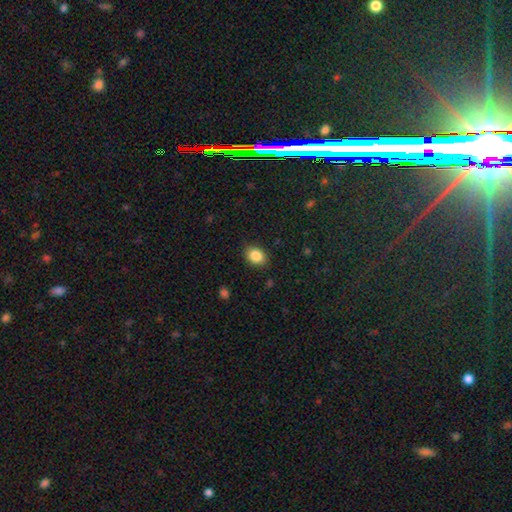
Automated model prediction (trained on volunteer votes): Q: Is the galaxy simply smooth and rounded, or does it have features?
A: smooth — 86%.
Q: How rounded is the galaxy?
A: in between — 64%.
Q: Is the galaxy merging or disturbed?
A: none — 87%.